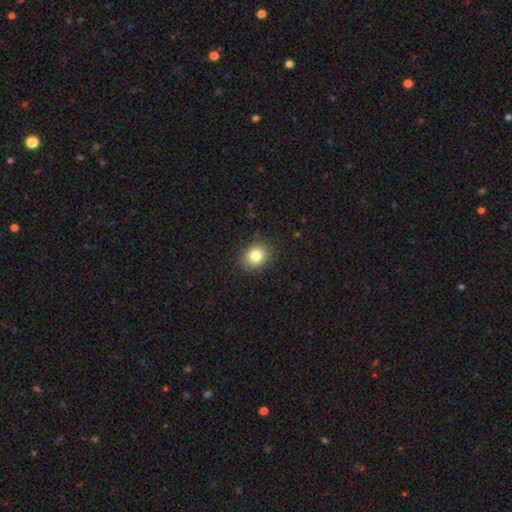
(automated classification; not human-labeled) A smooth galaxy with no disk features (82%) that is round (56%).

Vote fractions:
- Smooth or featured? smooth: 82% / star or artifact: 10% / featured or disk: 7%
- How rounded? round: 56% / in between: 43% / cigar-shaped: 1%
- Merging? none: 87% / minor disturbance: 9% / major disturbance: 3% / merger: 1%